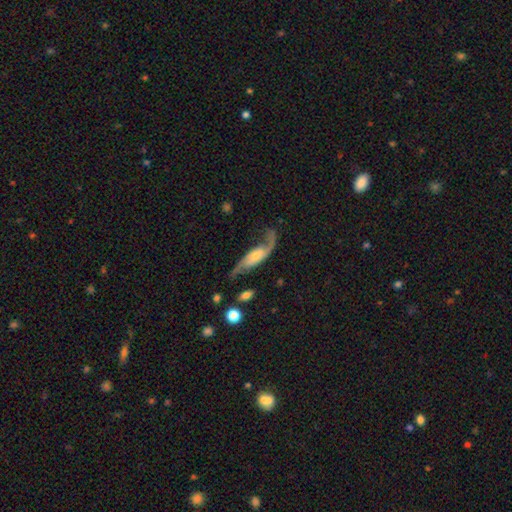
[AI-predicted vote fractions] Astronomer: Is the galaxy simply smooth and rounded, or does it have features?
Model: featured or disk — 80%.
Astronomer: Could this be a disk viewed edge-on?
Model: no — 87%.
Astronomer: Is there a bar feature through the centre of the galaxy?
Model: no — 59%.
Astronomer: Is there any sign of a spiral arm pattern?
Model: yes — 94%.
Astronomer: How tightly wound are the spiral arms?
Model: loose — 74%.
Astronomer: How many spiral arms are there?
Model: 2 — 86%.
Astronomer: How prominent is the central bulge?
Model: small — 56%.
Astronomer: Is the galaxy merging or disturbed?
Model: none — 57%.